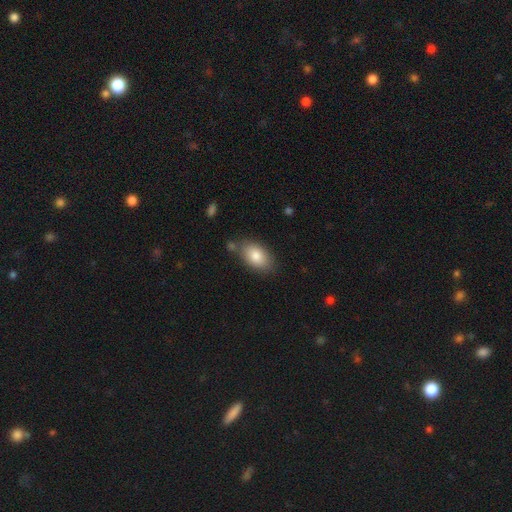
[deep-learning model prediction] smooth 83%, featured or disk 10%, star or artifact 7%. Down the decision tree: how rounded — in between (91%); merging — none (71%).